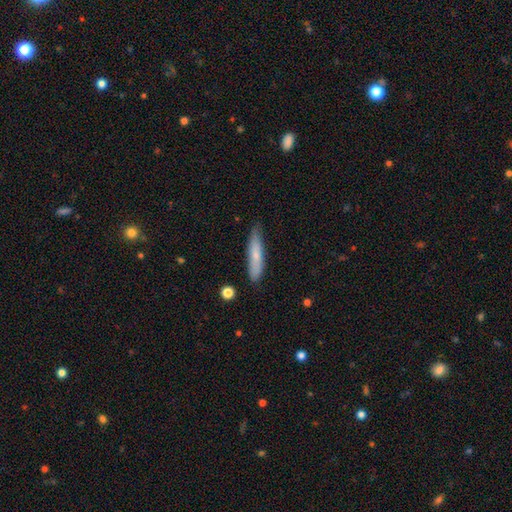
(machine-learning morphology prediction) Overall: smooth (71%). How rounded: cigar-shaped (85%). Merging: none (77%).